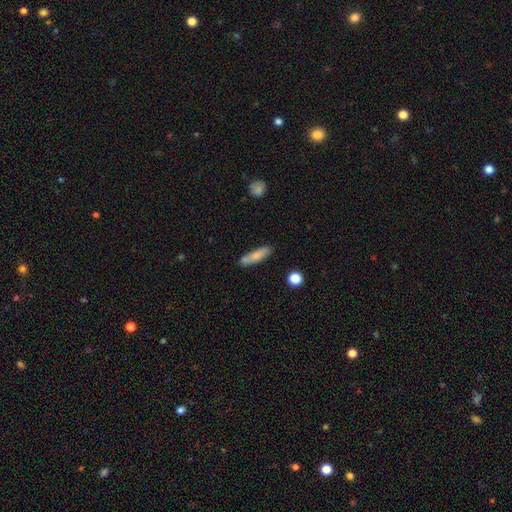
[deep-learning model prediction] smooth 76%, featured or disk 17%, star or artifact 7%. Down the decision tree: how rounded — cigar-shaped (72%); merging — none (75%).